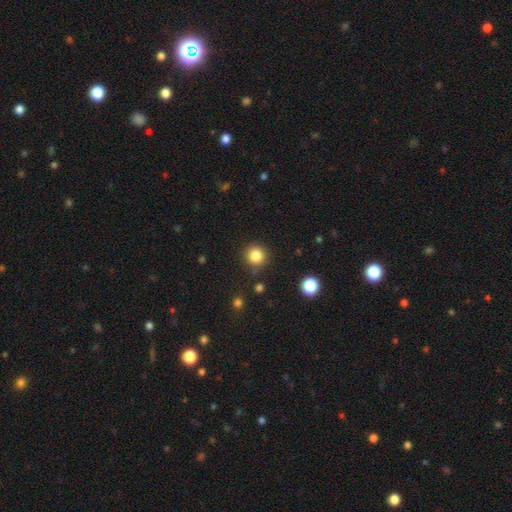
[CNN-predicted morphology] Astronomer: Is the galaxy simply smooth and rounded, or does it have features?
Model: smooth — 84%.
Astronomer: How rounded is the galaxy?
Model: round — 94%.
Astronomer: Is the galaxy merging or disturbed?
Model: none — 88%.